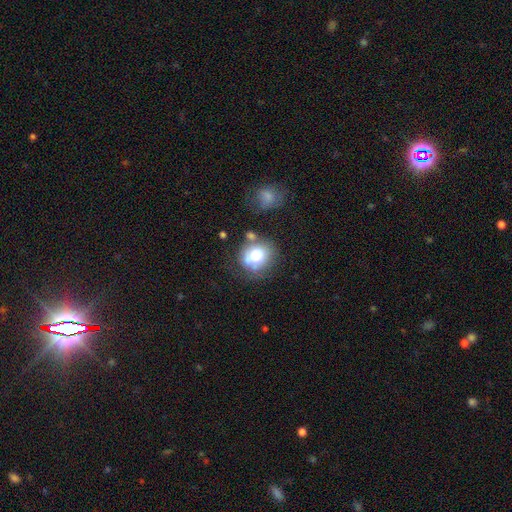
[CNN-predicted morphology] Smooth or featured?
  - smooth: 73% *
  - featured or disk: 18%
  - star or artifact: 10%
How rounded?
  - round: 71% *
  - in between: 28%
  - cigar-shaped: 1%
Merging?
  - none: 53% *
  - minor disturbance: 21%
  - merger: 16%
  - major disturbance: 10%